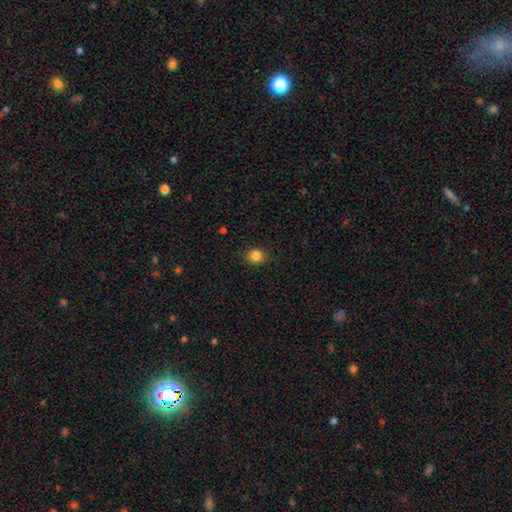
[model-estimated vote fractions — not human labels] This appears to be a smooth galaxy with no disk features (85%) that is round (76%). Merging: none (89%).